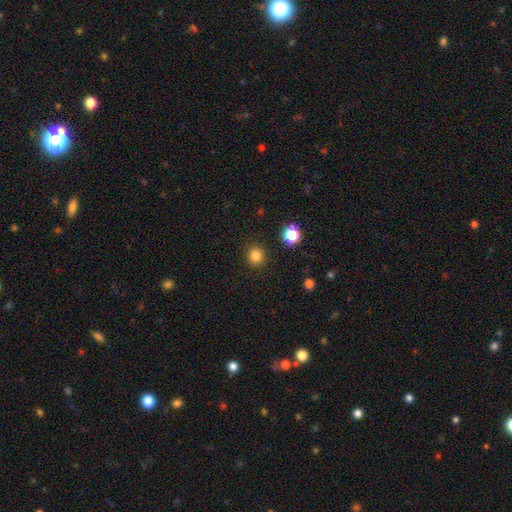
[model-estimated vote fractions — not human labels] Smooth or featured?
  - smooth: 81% *
  - star or artifact: 14%
  - featured or disk: 5%
How rounded?
  - round: 89% *
  - in between: 10%
  - cigar-shaped: 1%
Merging?
  - none: 91% *
  - minor disturbance: 6%
  - major disturbance: 2%
  - merger: 1%